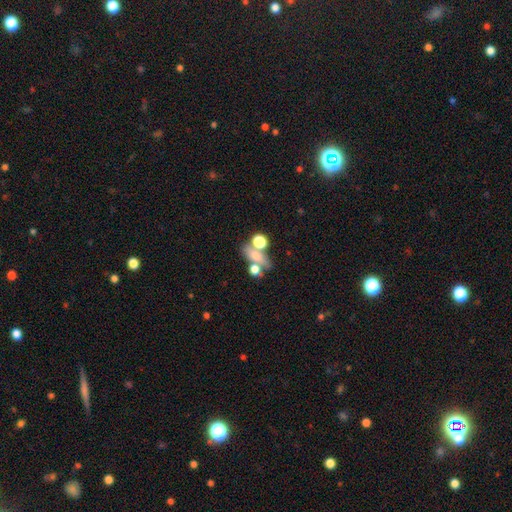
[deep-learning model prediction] Overall: smooth (64%). How rounded: in between (59%; round 30%). Merging: none (40%; merger 38%).